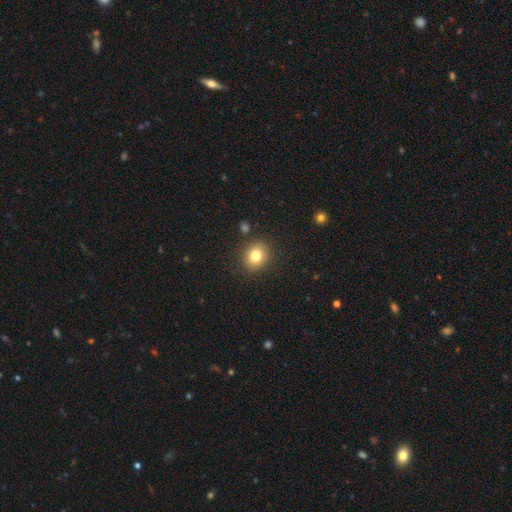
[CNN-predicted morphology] smooth_or_featured: smooth (p=0.79) [alt: star or artifact p=0.12]
how_rounded: round (p=0.74) [alt: in between p=0.25]
merging: none (p=0.87) [alt: minor disturbance p=0.07]